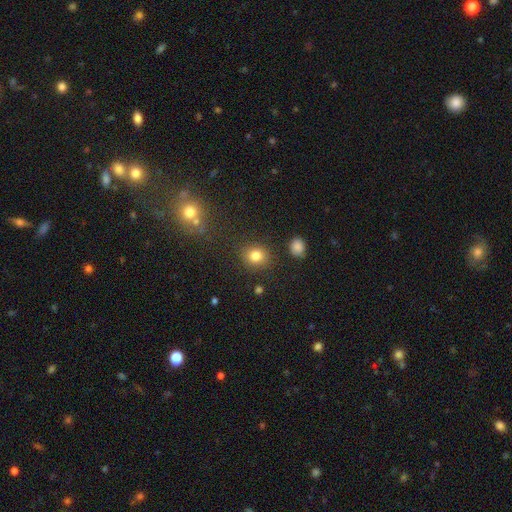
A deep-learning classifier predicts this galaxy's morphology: Q: Smooth or featured?
A: smooth (81%); runner-up: star or artifact (13%)
Q: How rounded?
A: round (75%); runner-up: in between (24%)
Q: Merging?
A: none (84%); runner-up: minor disturbance (9%)